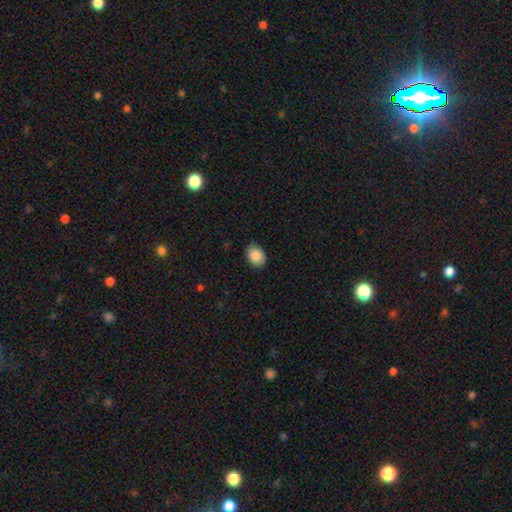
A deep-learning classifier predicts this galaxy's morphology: Smooth or featured? Predicted: smooth (p=0.88). How rounded? Predicted: in between (p=0.68). Merging? Predicted: none (p=0.85).